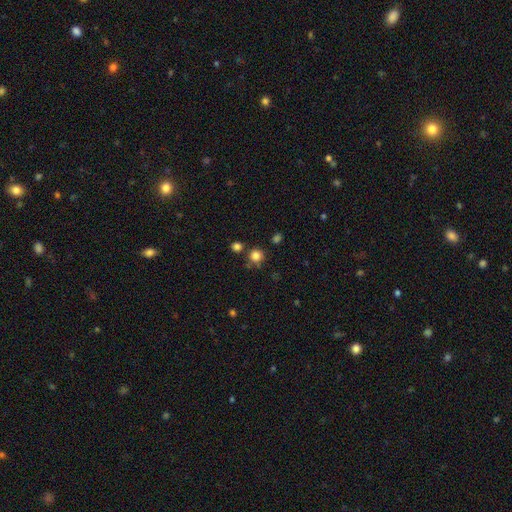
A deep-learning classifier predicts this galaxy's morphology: type=smooth (82%); roundness=round (91%); merging=none (76%).